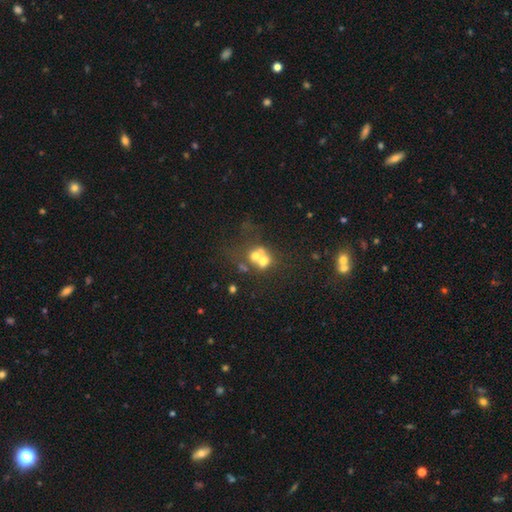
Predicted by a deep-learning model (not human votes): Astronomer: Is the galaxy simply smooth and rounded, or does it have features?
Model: smooth — 51% (runner-up: featured or disk, 32%).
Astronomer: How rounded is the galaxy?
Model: round — 71%.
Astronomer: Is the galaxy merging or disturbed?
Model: merger — 58%.